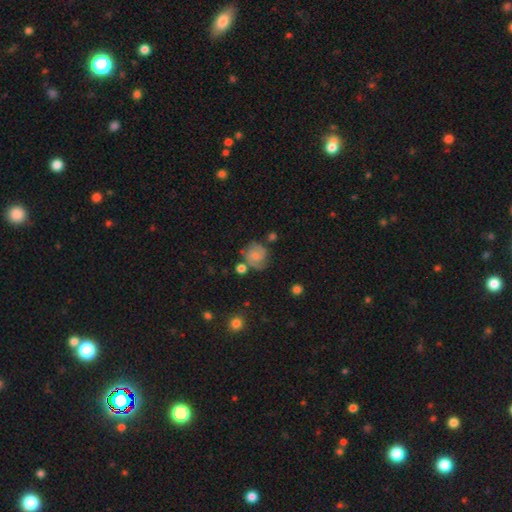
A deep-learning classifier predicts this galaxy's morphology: featured or disk 57%, smooth 34%, star or artifact 9%. Down the decision tree: edge-on disk — no (98%); bar — no (65%); spiral arms — yes (90%); spiral arm count — 2 (59%); spiral winding — tight (47%); bulge size — small (52%); merging — none (56%).